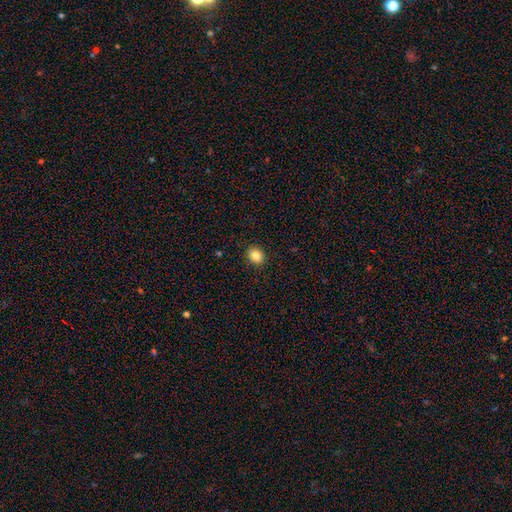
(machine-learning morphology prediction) Smooth or featured? smooth (84%)
How rounded? round (54%)
Merging? none (90%)